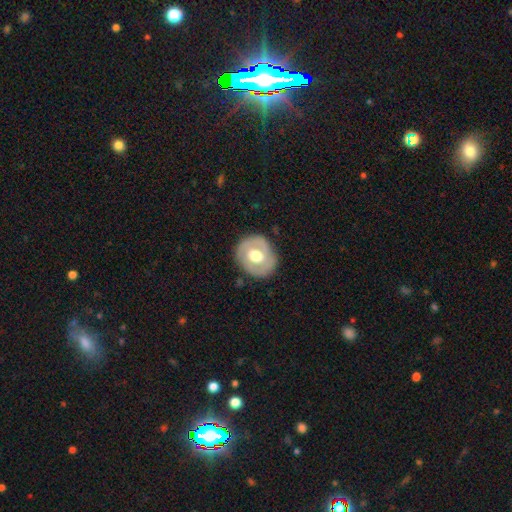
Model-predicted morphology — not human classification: Overall: featured or disk (51%; smooth 44%). Edge-on disk: no (95%). Merging: none (83%).